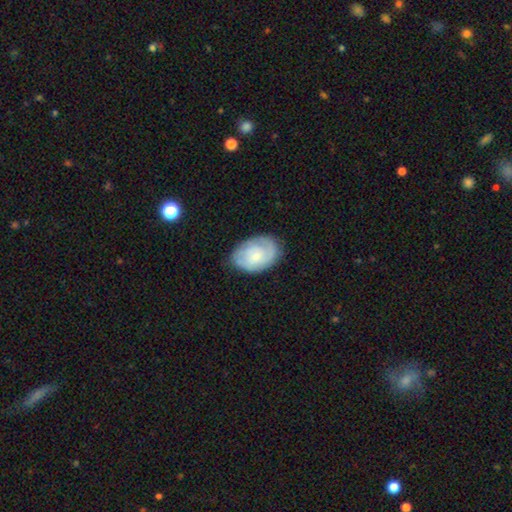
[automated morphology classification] This appears to be a featured or disk galaxy (56%) with no bar (71%), spiral arms (86%) and a small central bulge (58%). Merging: none (74%).